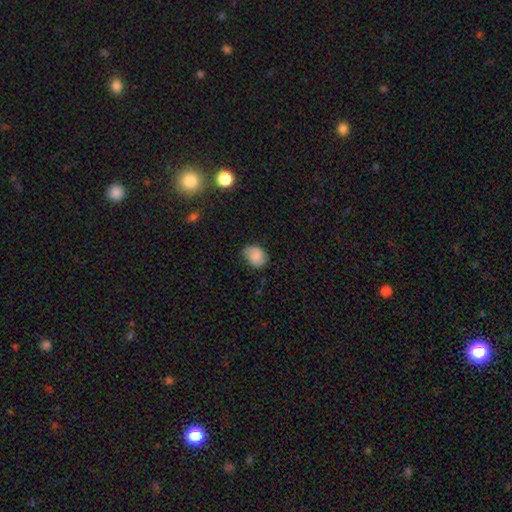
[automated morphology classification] Smooth or featured?
  - smooth: 75% *
  - featured or disk: 16%
  - star or artifact: 9%
How rounded?
  - round: 50% *
  - in between: 49%
  - cigar-shaped: 1%
Merging?
  - none: 64% *
  - minor disturbance: 28%
  - major disturbance: 7%
  - merger: 1%